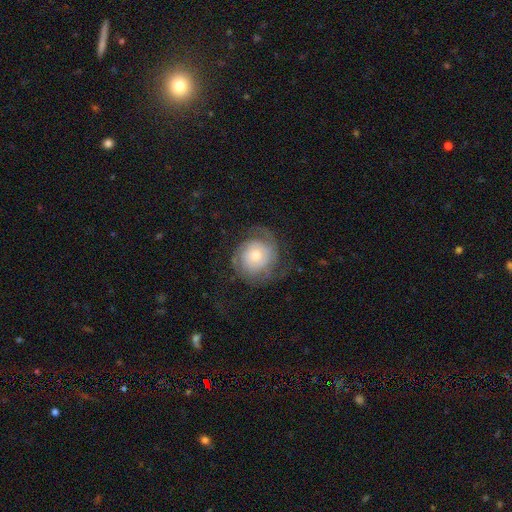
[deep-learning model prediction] smooth_or_featured: featured or disk (p=0.66) [alt: smooth p=0.27]
disk_edge_on: no (p=0.98) [alt: yes p=0.02]
bar: no (p=0.78) [alt: weak p=0.19]
has_spiral_arms: yes (p=0.89) [alt: no p=0.11]
spiral_winding: tight (p=0.50) [alt: medium p=0.33]
spiral_arm_count: 2 (p=0.51) [alt: can't tell p=0.24]
bulge_size: moderate (p=0.47) [alt: small p=0.36]
merging: none (p=0.62) [alt: minor disturbance p=0.19]